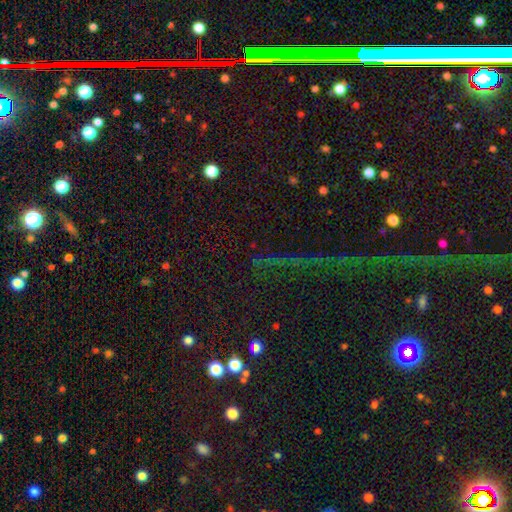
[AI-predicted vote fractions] Q: Smooth or featured?
A: star or artifact (73%); runner-up: smooth (15%)